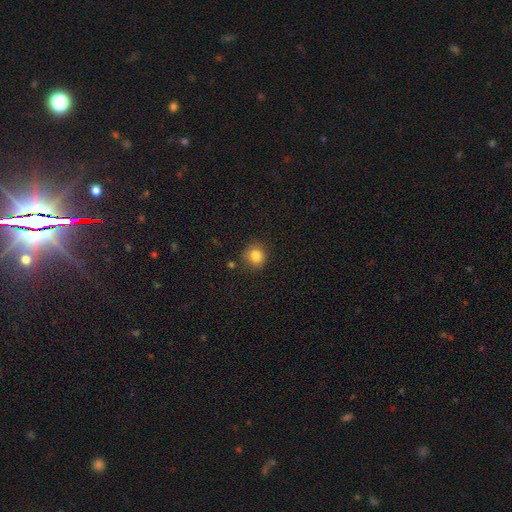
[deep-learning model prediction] Smooth or featured? smooth (83%)
How rounded? round (86%)
Merging? none (83%)